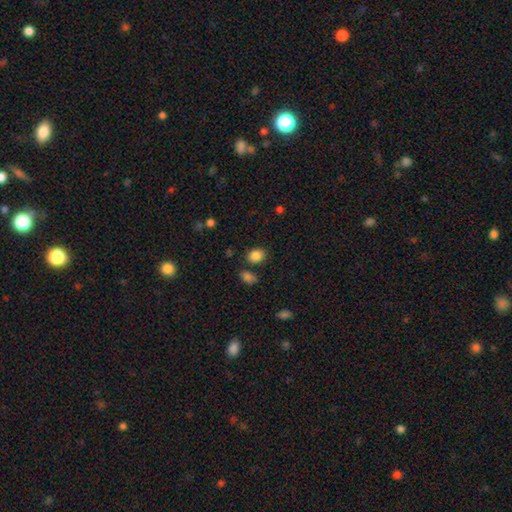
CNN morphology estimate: A smooth galaxy with no disk features (86%) that is in between round and cigar-shaped (57%).

Vote fractions:
- Smooth or featured? smooth: 86% / star or artifact: 10% / featured or disk: 4%
- How rounded? in between: 57% / round: 42% / cigar-shaped: 1%
- Merging? none: 77% / minor disturbance: 12% / merger: 7% / major disturbance: 4%